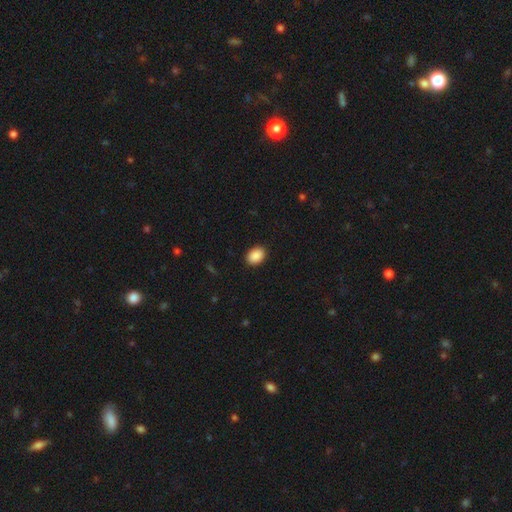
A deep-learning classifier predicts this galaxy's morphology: The model was most divided on "how rounded": in between: 70%, round: 29%, cigar-shaped: 1%. More confident: merging — none (90%); smooth or featured — smooth (90%).